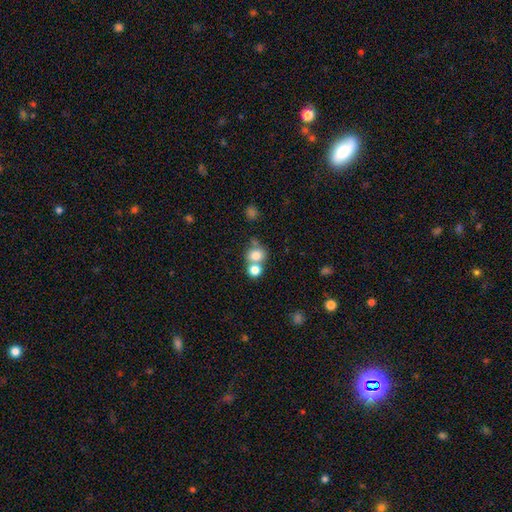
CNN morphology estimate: smooth_or_featured: smooth (p=0.77) [alt: star or artifact p=0.12]
how_rounded: round (p=0.77) [alt: in between p=0.22]
merging: merger (p=0.46) [alt: none p=0.42]